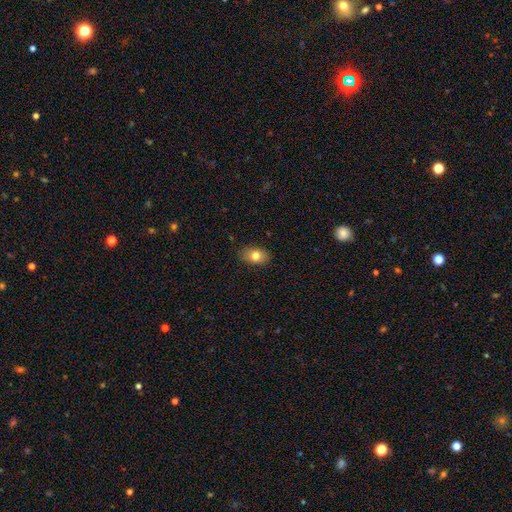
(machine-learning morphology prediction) Smooth or featured: smooth — 78% (featured or disk — 13%)
How rounded: in between — 83% (round — 16%)
Merging: none — 86% (minor disturbance — 10%)